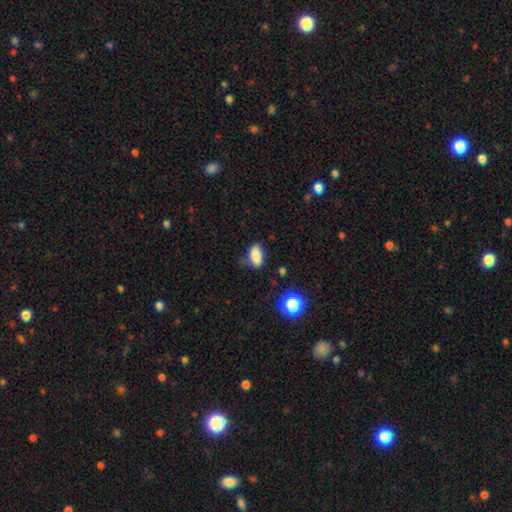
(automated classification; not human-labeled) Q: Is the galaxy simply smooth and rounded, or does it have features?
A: smooth — 83%.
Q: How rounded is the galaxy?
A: in between — 87%.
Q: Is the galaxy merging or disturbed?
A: none — 61%.